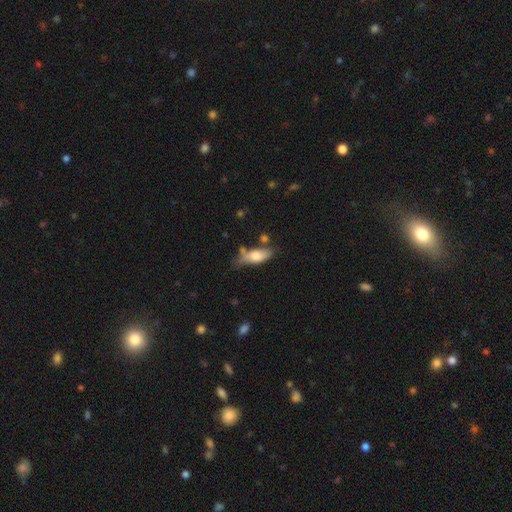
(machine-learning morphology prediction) smooth 69%, featured or disk 25%, star or artifact 6%. Down the decision tree: how rounded — in between (69%); merging — none (49%).